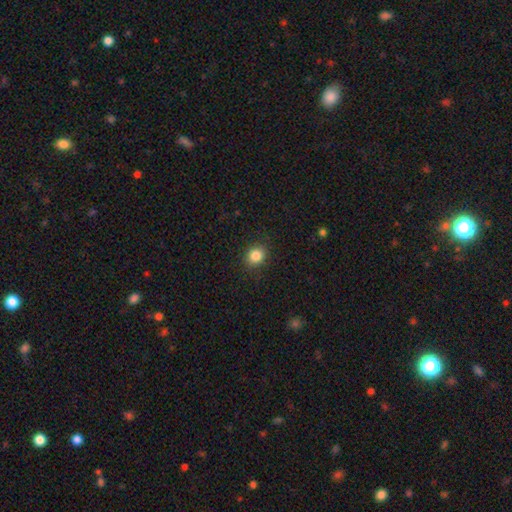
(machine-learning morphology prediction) A smooth galaxy with no disk features (85%) that is round (70%).

Vote fractions:
- Smooth or featured? smooth: 85% / star or artifact: 10% / featured or disk: 5%
- How rounded? round: 70% / in between: 29% / cigar-shaped: 1%
- Merging? none: 89% / minor disturbance: 8% / major disturbance: 2% / merger: 1%